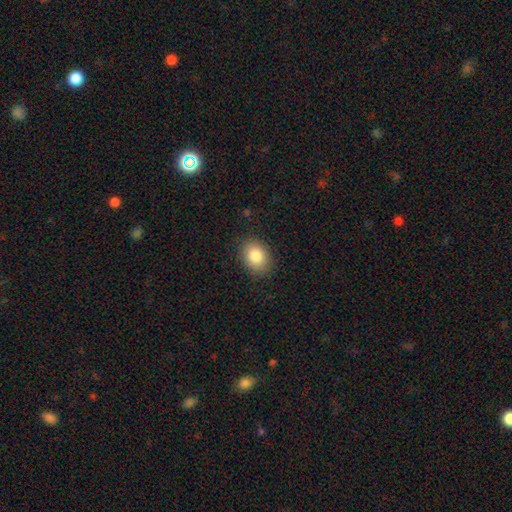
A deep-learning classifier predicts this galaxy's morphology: type=smooth (84%); roundness=in between (64%); merging=none (87%).